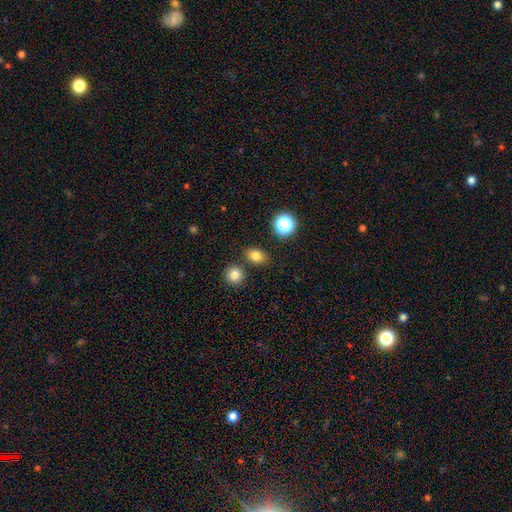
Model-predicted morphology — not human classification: Smooth or featured?
  - smooth: 78% *
  - star or artifact: 15%
  - featured or disk: 7%
How rounded?
  - in between: 57% *
  - round: 42%
  - cigar-shaped: 2%
Merging?
  - none: 80% *
  - minor disturbance: 9%
  - merger: 7%
  - major disturbance: 3%